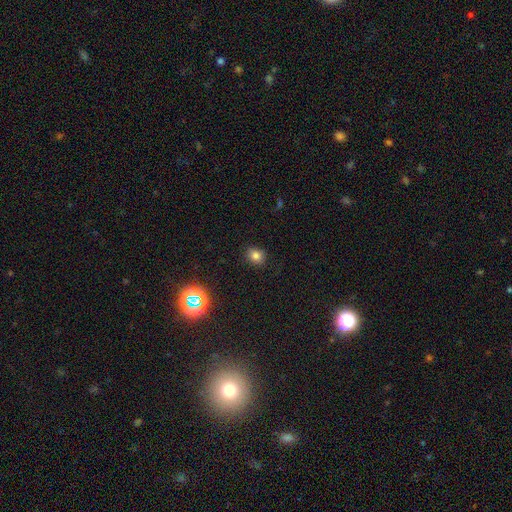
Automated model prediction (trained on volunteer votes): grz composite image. It shows a smooth galaxy with no disk features (78%) that is round (64%). Merging: none (88%).